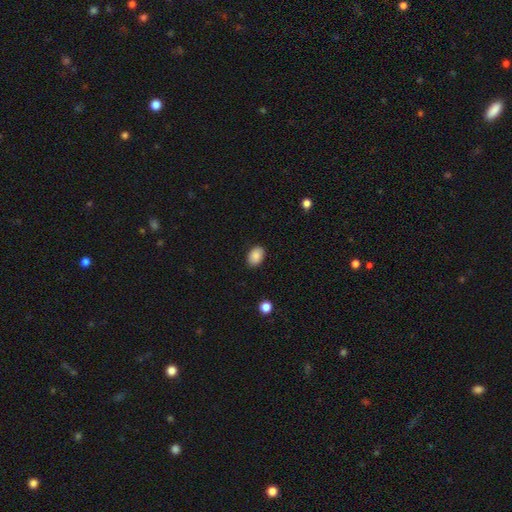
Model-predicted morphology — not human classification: Smooth or featured: smooth — 88% (star or artifact — 8%)
How rounded: in between — 79% (round — 20%)
Merging: none — 88% (minor disturbance — 9%)